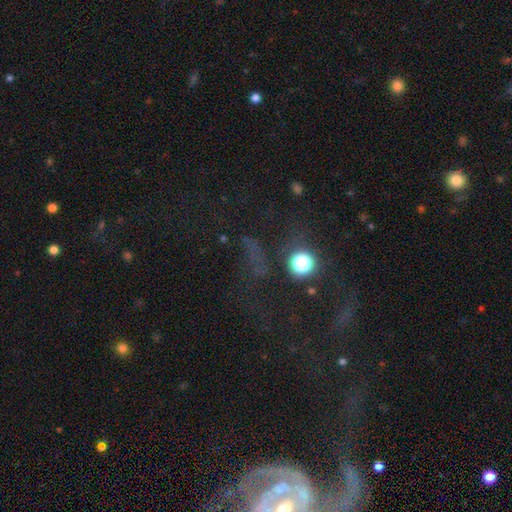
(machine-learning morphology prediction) Smooth or featured? star or artifact (53%)